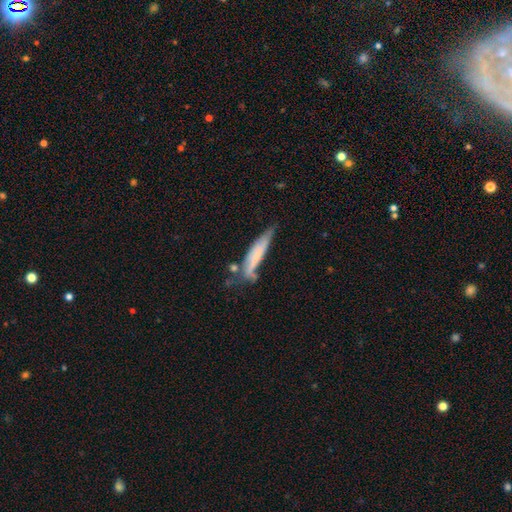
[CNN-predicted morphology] Smooth or featured?
  - smooth: 58% *
  - featured or disk: 34%
  - star or artifact: 8%
How rounded?
  - cigar-shaped: 84% *
  - in between: 15%
  - round: 2%
Merging?
  - none: 37% *
  - minor disturbance: 31%
  - major disturbance: 18%
  - merger: 14%